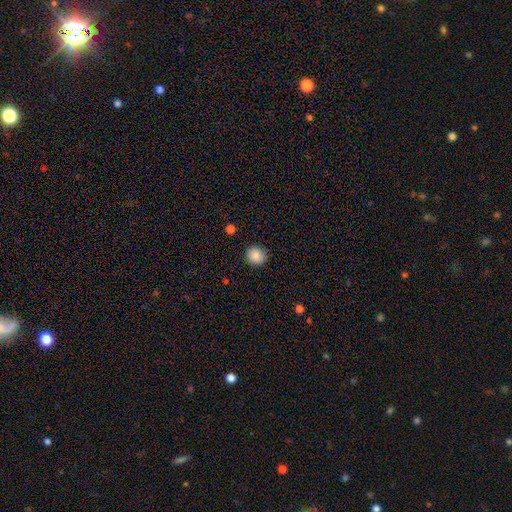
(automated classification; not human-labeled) smooth_or_featured: smooth (p=0.87) [alt: star or artifact p=0.09]
how_rounded: round (p=0.88) [alt: in between p=0.11]
merging: none (p=0.88) [alt: minor disturbance p=0.08]